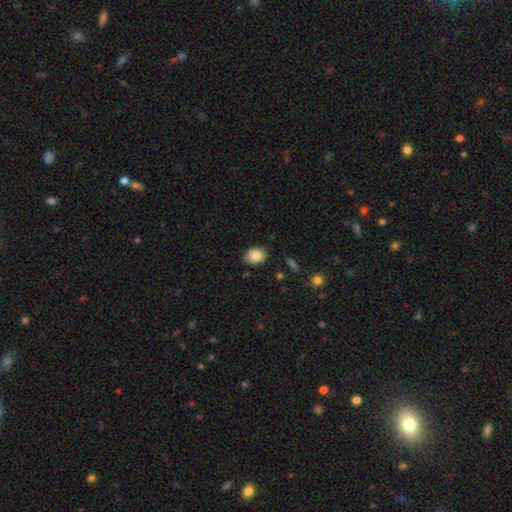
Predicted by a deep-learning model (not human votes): The model was most divided on "how rounded": in between: 72%, round: 27%, cigar-shaped: 1%. More confident: smooth or featured — smooth (85%); merging — none (80%).